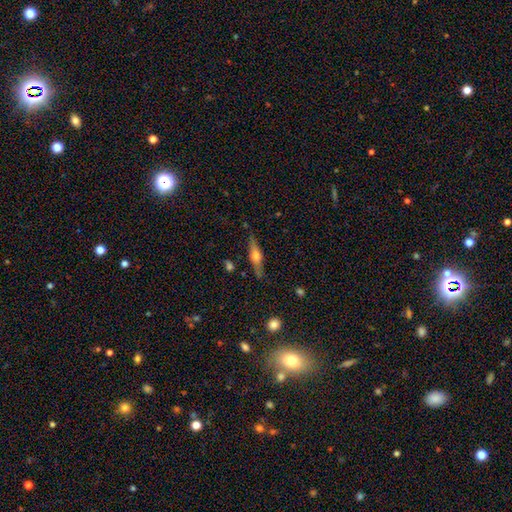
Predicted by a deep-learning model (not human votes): Q: Smooth or featured?
A: featured or disk (60%); runner-up: smooth (33%)
Q: Edge-on disk?
A: yes (94%); runner-up: no (6%)
Q: Edge-on bulge?
A: rounded (90%); runner-up: boxy (7%)
Q: Merging?
A: none (83%); runner-up: minor disturbance (13%)